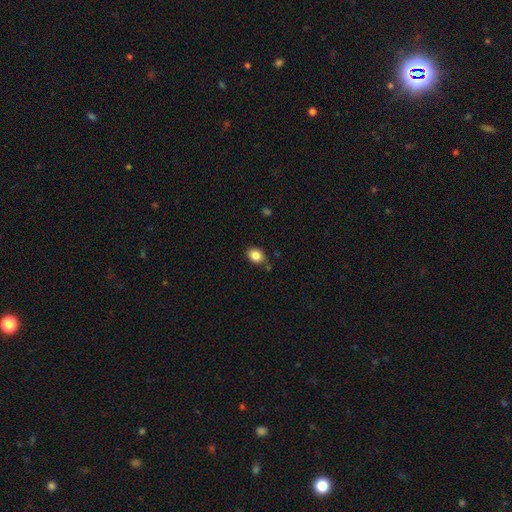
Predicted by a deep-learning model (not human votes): Smooth or featured? smooth (86%)
How rounded? in between (59%)
Merging? none (79%)